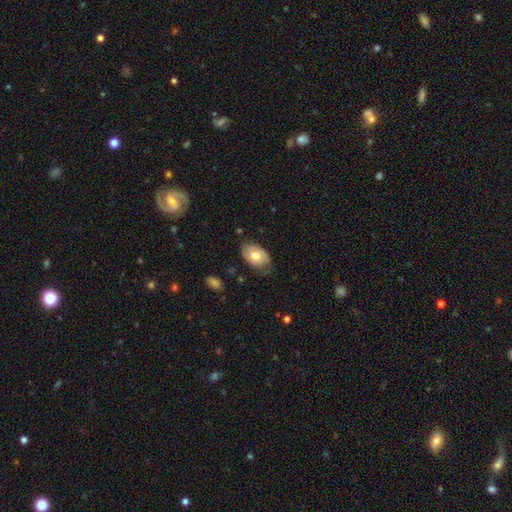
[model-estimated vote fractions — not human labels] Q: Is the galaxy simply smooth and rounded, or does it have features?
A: smooth — 66%.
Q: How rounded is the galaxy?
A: in between — 89%.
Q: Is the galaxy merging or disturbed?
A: none — 68%.